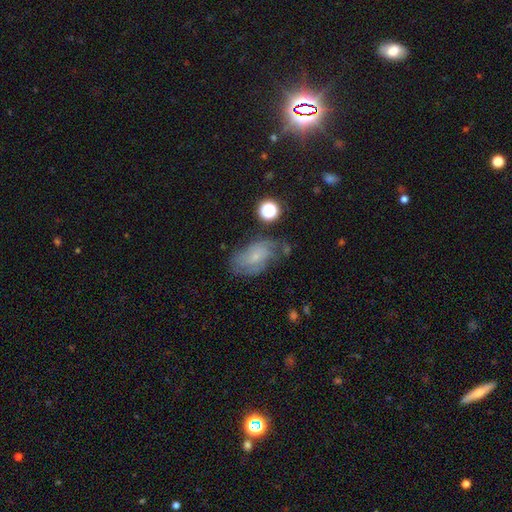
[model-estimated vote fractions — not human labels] smooth_or_featured: featured or disk (p=0.50) [alt: smooth p=0.39]
disk_edge_on: no (p=0.95) [alt: yes p=0.05]
merging: none (p=0.50) [alt: minor disturbance p=0.28]